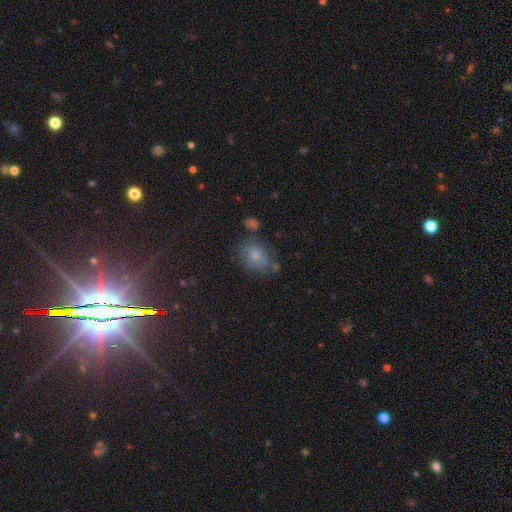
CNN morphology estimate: A smooth galaxy with no disk features (68%) that is in between round and cigar-shaped (50%).

Vote fractions:
- Smooth or featured? smooth: 68% / featured or disk: 18% / star or artifact: 13%
- How rounded? in between: 50% / round: 48% / cigar-shaped: 1%
- Merging? none: 52% / minor disturbance: 25% / major disturbance: 13% / merger: 10%